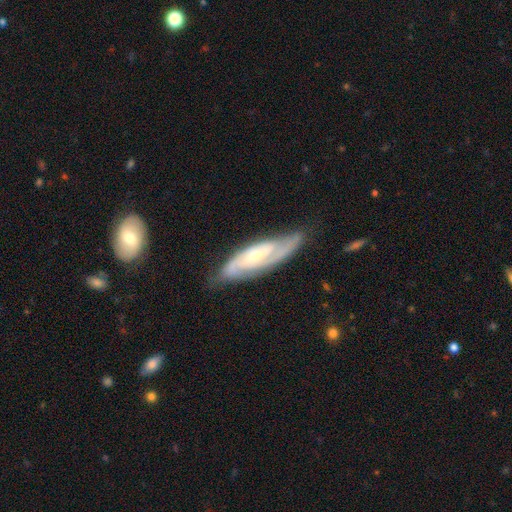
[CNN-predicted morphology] Overall: featured or disk (81%). Edge-on disk: no (84%). Bar: no (44%; weak 38%). Spiral arms: yes (94%). Spiral arm count: 2 (61%). Spiral winding: tight (51%; medium 39%). Bulge size: small (57%; moderate 38%). Merging: none (73%).